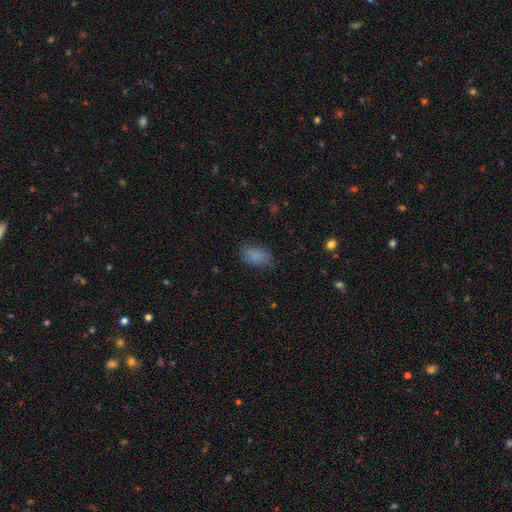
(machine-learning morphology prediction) type=smooth (85%); roundness=in between (90%); merging=none (77%).